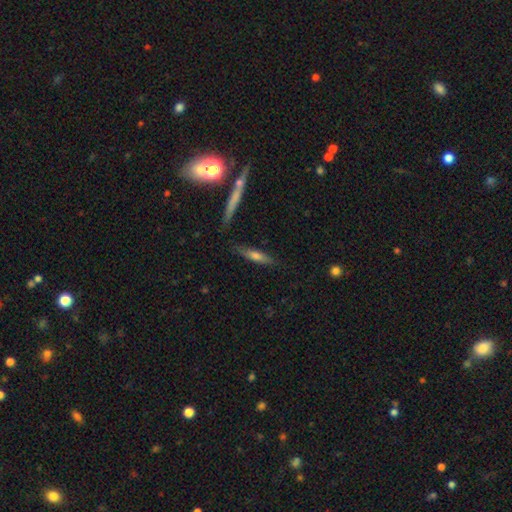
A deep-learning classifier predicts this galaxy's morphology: smooth 57%, featured or disk 36%, star or artifact 8%. Down the decision tree: how rounded — cigar-shaped (82%); merging — none (79%).